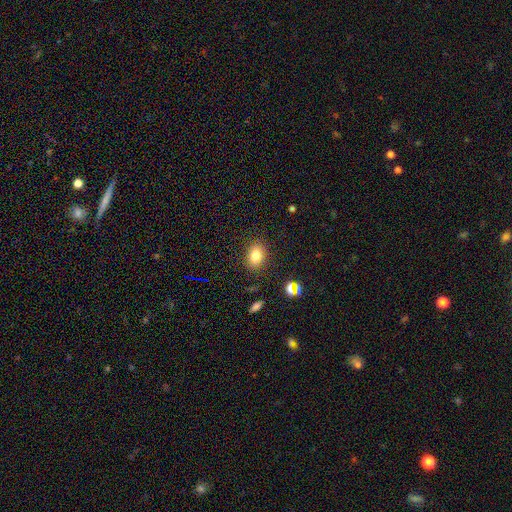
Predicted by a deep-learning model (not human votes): smooth 79%, star or artifact 13%, featured or disk 8%. Down the decision tree: how rounded — in between (68%); merging — none (87%).